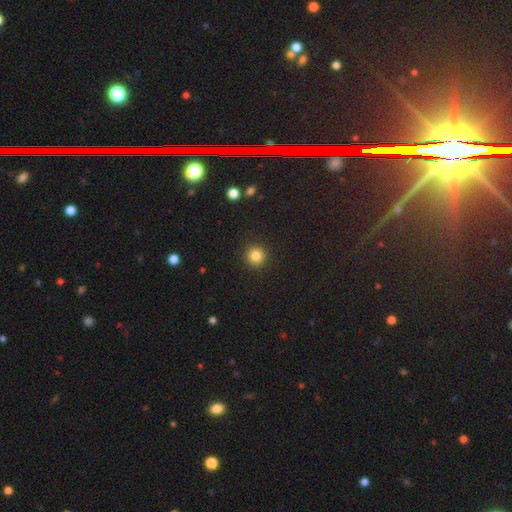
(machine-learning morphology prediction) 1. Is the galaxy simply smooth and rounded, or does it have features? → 84% smooth, 12% star or artifact, 5% featured or disk.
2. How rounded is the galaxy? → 95% round, 4% in between, 1% cigar-shaped.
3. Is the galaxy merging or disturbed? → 92% none, 5% minor disturbance, 2% major disturbance, 1% merger.